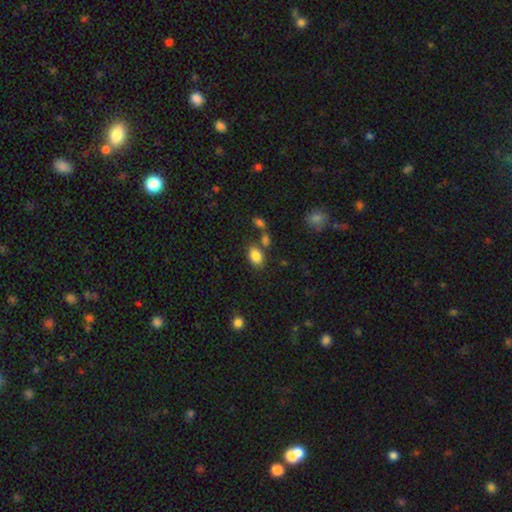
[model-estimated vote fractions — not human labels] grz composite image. It shows a smooth galaxy with no disk features (85%) that is in between round and cigar-shaped (81%). Merging: none (70%).